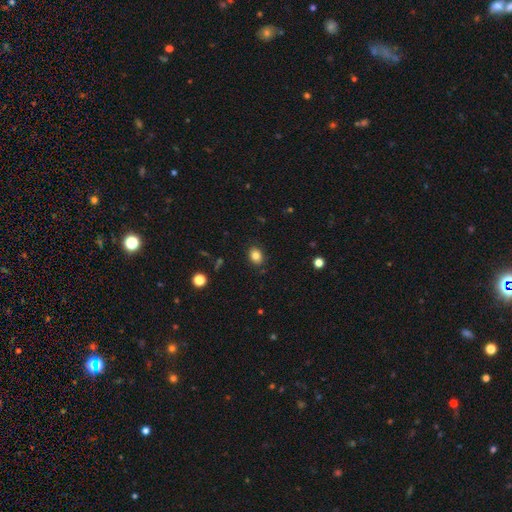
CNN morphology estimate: Overall: smooth (83%). How rounded: in between (59%; round 40%). Merging: none (88%).